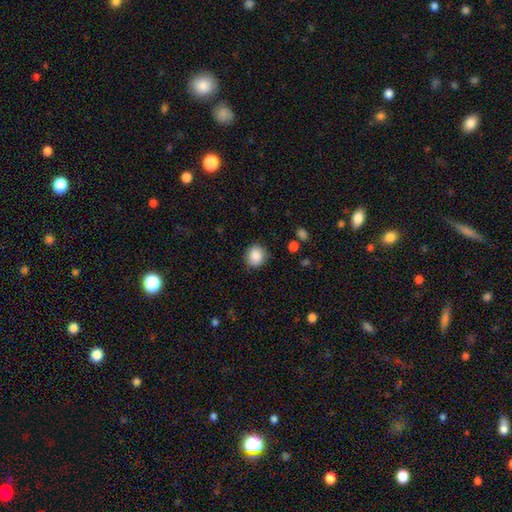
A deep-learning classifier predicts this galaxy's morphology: A smooth galaxy with no disk features (87%) that is round (78%).

Vote fractions:
- Smooth or featured? smooth: 87% / star or artifact: 9% / featured or disk: 4%
- How rounded? round: 78% / in between: 21% / cigar-shaped: 1%
- Merging? none: 84% / minor disturbance: 12% / major disturbance: 3% / merger: 1%